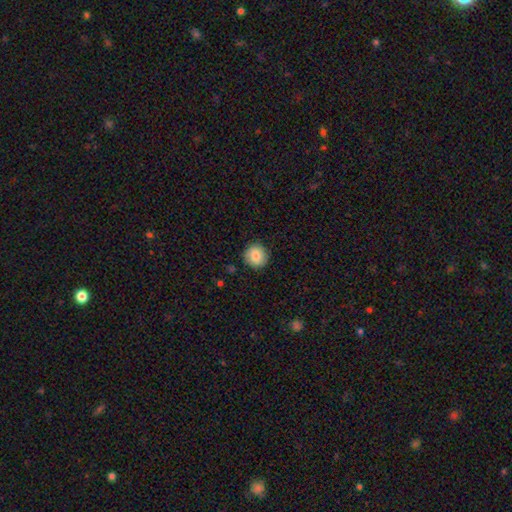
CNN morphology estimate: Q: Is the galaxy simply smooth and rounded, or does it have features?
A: smooth — 85%.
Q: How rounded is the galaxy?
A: round — 91%.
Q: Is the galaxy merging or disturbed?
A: none — 89%.